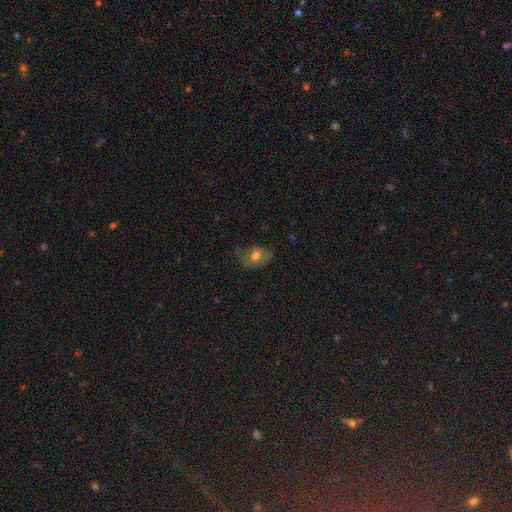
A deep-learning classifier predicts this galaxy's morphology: Overall: smooth (61%; featured or disk 29%). How rounded: in between (67%; round 31%). Merging: none (50%; minor disturbance 32%).